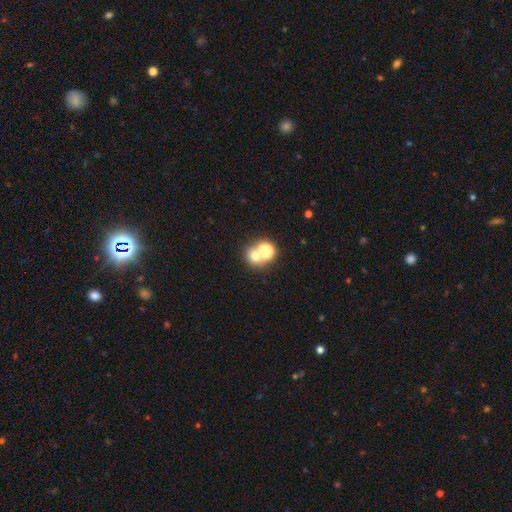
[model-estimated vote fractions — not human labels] Morphology: type=smooth (61%); roundness=round (79%); merging=none (51%).